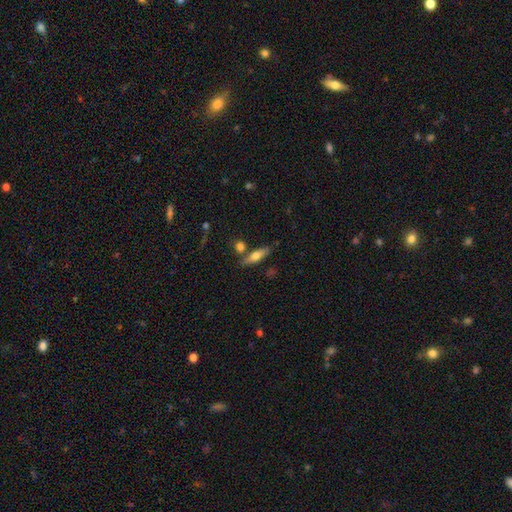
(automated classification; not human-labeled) smooth 58%, featured or disk 35%, star or artifact 7%. Down the decision tree: how rounded — cigar-shaped (61%); merging — none (73%).